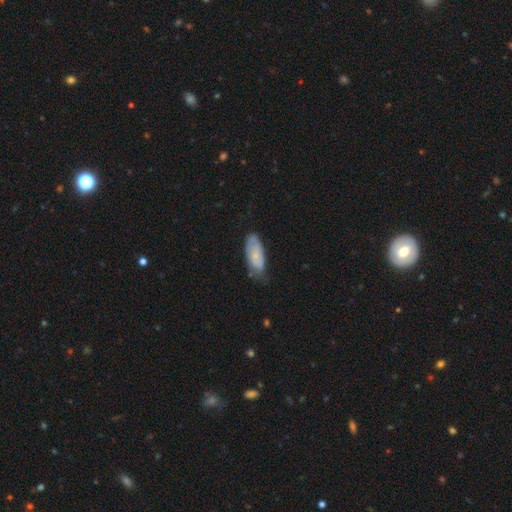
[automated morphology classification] smooth 62%, featured or disk 32%, star or artifact 7%. Down the decision tree: how rounded — in between (81%); merging — none (54%).